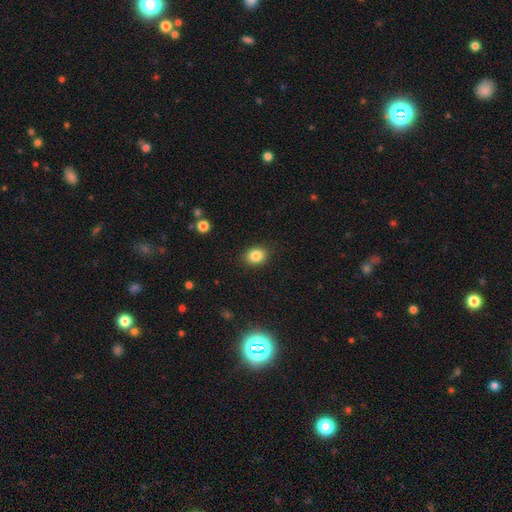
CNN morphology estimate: Smooth or featured?
  - smooth: 84% *
  - star or artifact: 10%
  - featured or disk: 6%
How rounded?
  - in between: 50% *
  - round: 49%
  - cigar-shaped: 1%
Merging?
  - none: 89% *
  - minor disturbance: 8%
  - major disturbance: 2%
  - merger: 1%